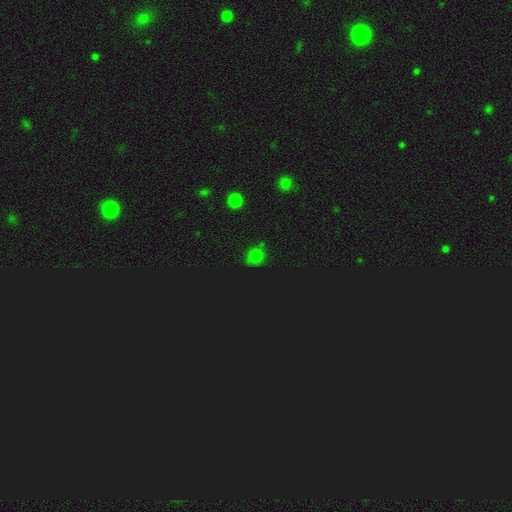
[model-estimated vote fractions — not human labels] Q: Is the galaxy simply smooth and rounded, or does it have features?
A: smooth — 68%.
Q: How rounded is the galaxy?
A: round — 84%.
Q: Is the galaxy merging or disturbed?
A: none — 77%.